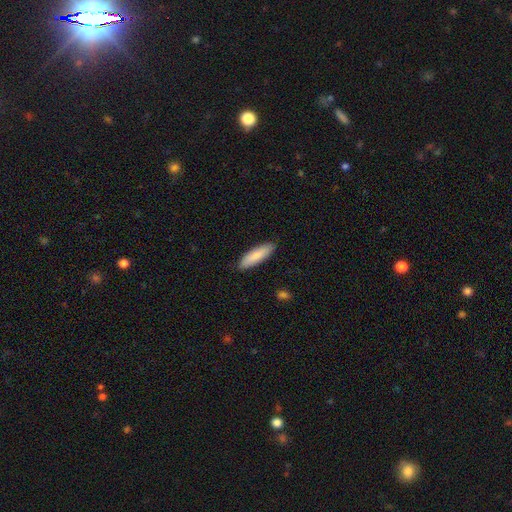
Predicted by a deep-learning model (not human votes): smooth 83%, featured or disk 12%, star or artifact 5%. Down the decision tree: how rounded — cigar-shaped (57%); merging — none (88%).